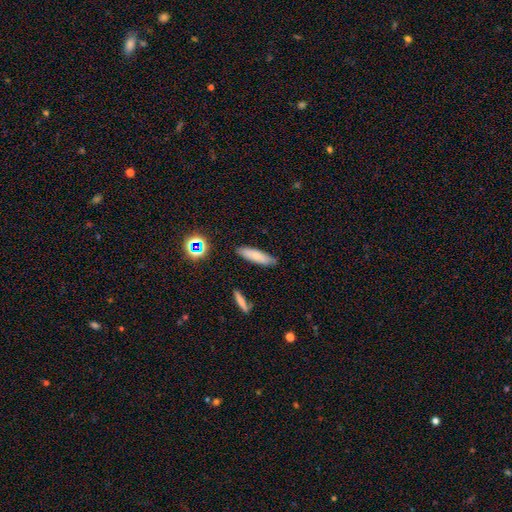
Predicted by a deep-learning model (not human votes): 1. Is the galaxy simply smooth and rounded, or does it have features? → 76% smooth, 15% featured or disk, 9% star or artifact.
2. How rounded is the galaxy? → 68% cigar-shaped, 30% in between, 2% round.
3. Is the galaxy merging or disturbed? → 86% none, 10% minor disturbance, 2% major disturbance, 2% merger.